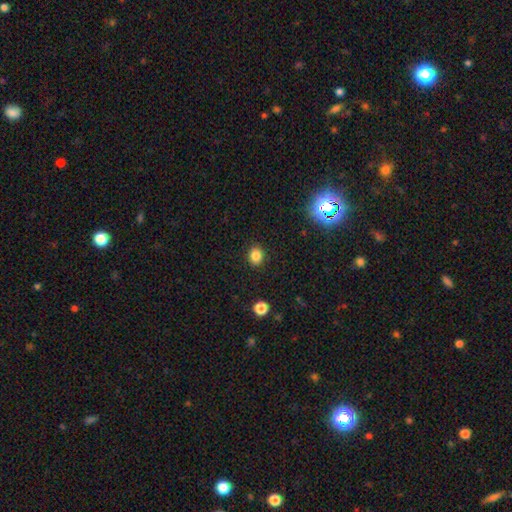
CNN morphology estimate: Overall: smooth (83%). How rounded: round (70%). Merging: none (90%).